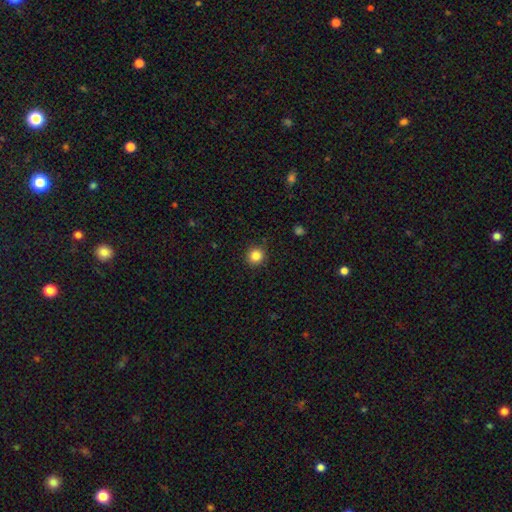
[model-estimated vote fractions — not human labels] Smooth or featured?
  - smooth: 84% *
  - star or artifact: 11%
  - featured or disk: 5%
How rounded?
  - round: 93% *
  - in between: 6%
  - cigar-shaped: 1%
Merging?
  - none: 90% *
  - minor disturbance: 7%
  - major disturbance: 2%
  - merger: 1%